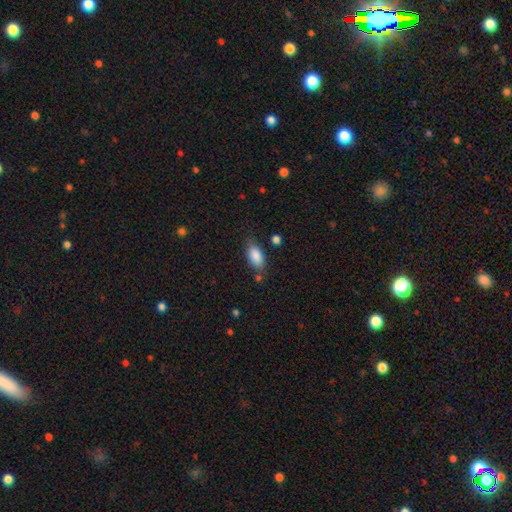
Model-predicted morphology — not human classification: Overall: smooth (87%). How rounded: in between (91%). Merging: none (73%).